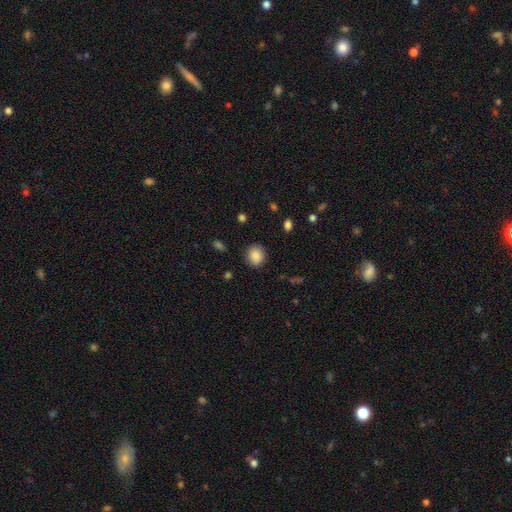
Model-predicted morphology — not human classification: Smooth or featured? Predicted: smooth (p=0.87). How rounded? Predicted: round (p=0.77). Merging? Predicted: none (p=0.87).